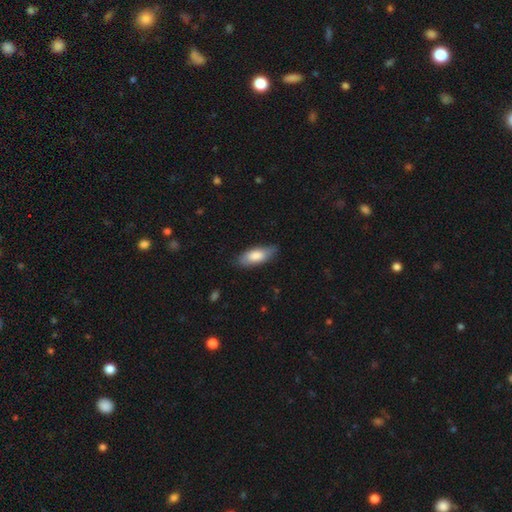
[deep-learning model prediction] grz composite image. It shows a smooth galaxy with no disk features (78%) that is in between round and cigar-shaped (78%). Merging: none (78%).